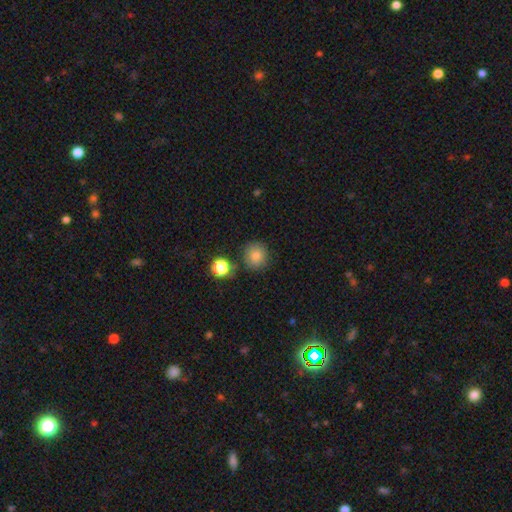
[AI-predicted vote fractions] This appears to be a smooth galaxy with no disk features (81%) that is round (89%). Merging: none (82%).